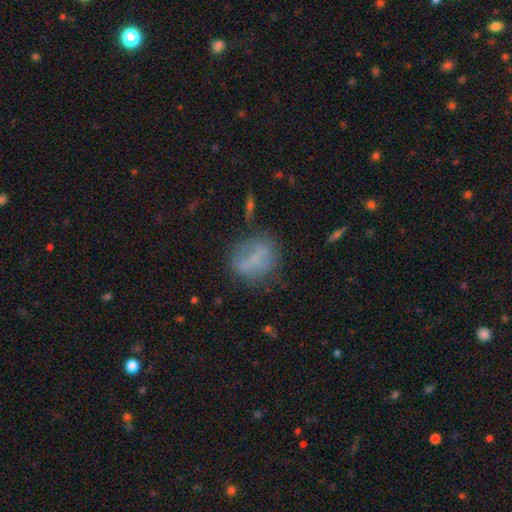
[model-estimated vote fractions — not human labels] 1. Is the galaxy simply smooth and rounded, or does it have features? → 54% smooth, 31% featured or disk, 14% star or artifact.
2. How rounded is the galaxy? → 55% round, 41% in between, 4% cigar-shaped.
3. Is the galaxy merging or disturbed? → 63% none, 21% minor disturbance, 11% major disturbance, 5% merger.